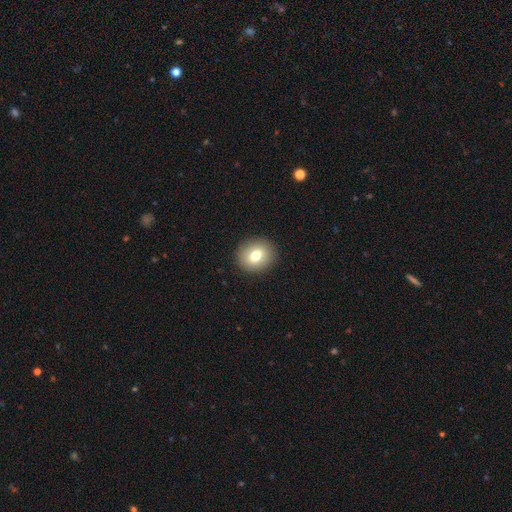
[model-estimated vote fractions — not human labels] Morphology: type=smooth (74%); roundness=round (67%); merging=none (90%).